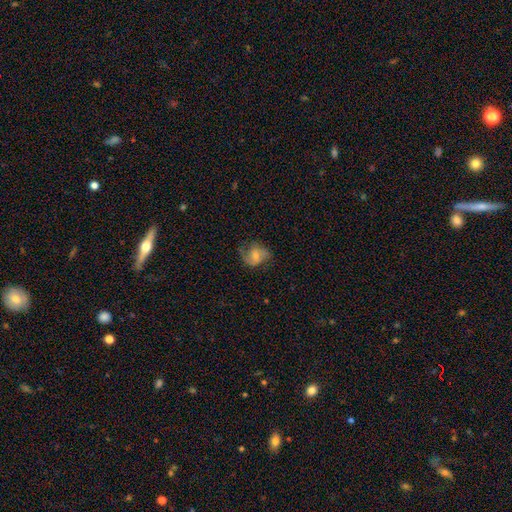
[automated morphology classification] Smooth or featured?
  - featured or disk: 53% *
  - smooth: 38%
  - star or artifact: 8%
Edge-on disk?
  - no: 97% *
  - yes: 3%
Bar?
  - no: 57% *
  - weak: 34%
  - strong: 9%
Spiral arms?
  - yes: 85% *
  - no: 15%
Bulge size?
  - moderate: 46% *
  - small: 44%
  - none: 5%
  - large: 4%
  - dominant: 1%
Merging?
  - none: 59% *
  - minor disturbance: 24%
  - major disturbance: 15%
  - merger: 1%